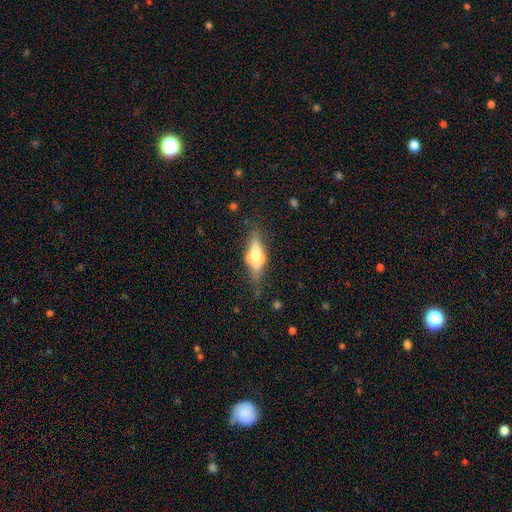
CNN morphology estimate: smooth-or-featured: featured or disk: 53% | smooth: 38% | star or artifact: 9%
  disk-edge-on: yes: 84% | no: 16%
  merging: none: 61% | minor disturbance: 21% | major disturbance: 11% | merger: 7%